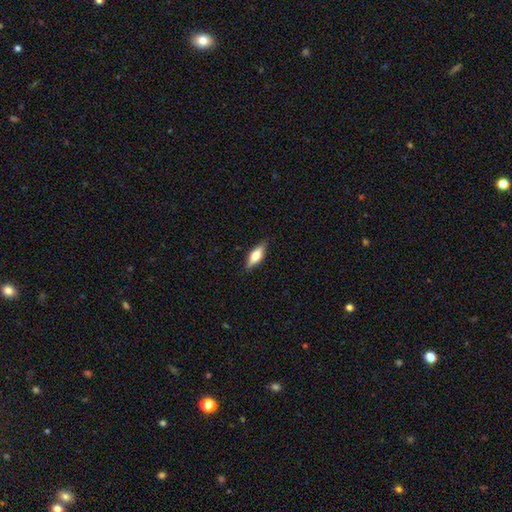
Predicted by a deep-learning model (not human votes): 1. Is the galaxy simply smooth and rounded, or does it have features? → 63% smooth, 31% featured or disk, 6% star or artifact.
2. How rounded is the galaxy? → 58% in between, 39% cigar-shaped, 2% round.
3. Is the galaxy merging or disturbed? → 87% none, 10% minor disturbance, 2% major disturbance, 1% merger.